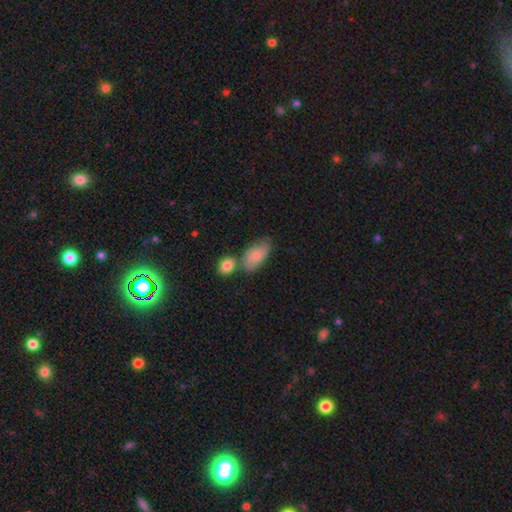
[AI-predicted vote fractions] This is likely a smooth galaxy (78%). How rounded: clearly in between (91%). Merging: possibly none (48%).